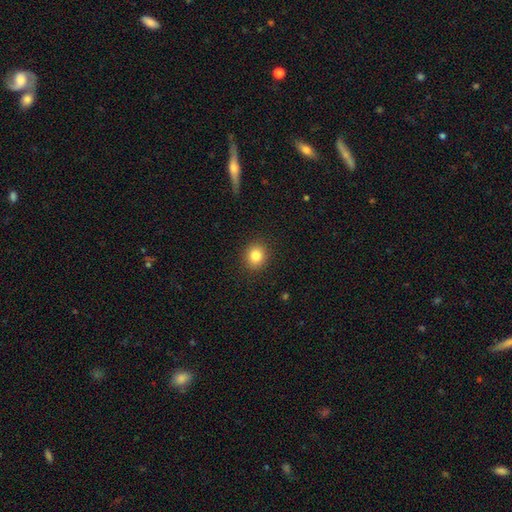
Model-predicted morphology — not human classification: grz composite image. It shows a smooth galaxy with no disk features (83%) that is round (78%). Merging: none (91%).